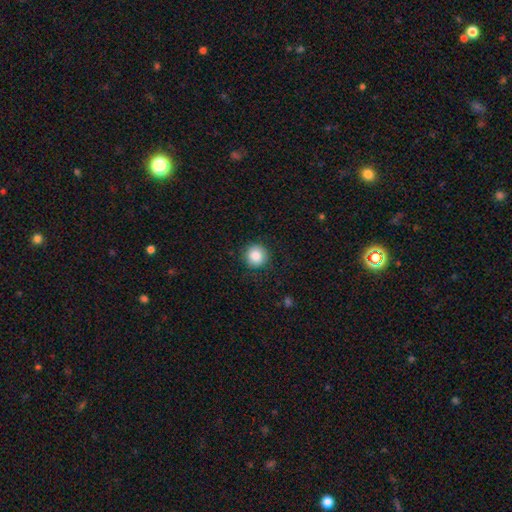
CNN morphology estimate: Smooth or featured? Predicted: smooth (p=0.87). How rounded? Predicted: round (p=0.95). Merging? Predicted: none (p=0.88).